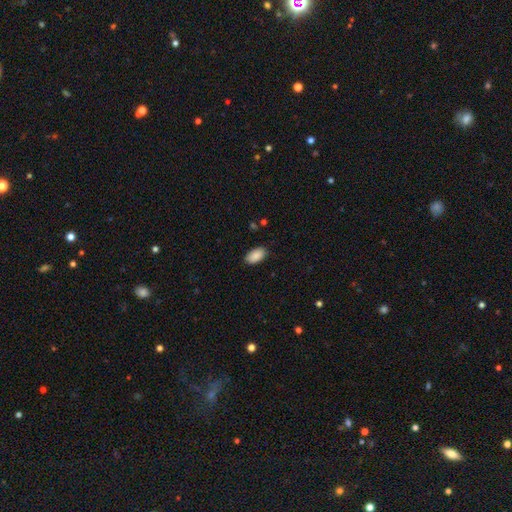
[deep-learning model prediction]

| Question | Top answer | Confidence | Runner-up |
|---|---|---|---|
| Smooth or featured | smooth | 90% | star or artifact (7%) |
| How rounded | in between | 95% | round (3%) |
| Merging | none | 87% | minor disturbance (10%) |